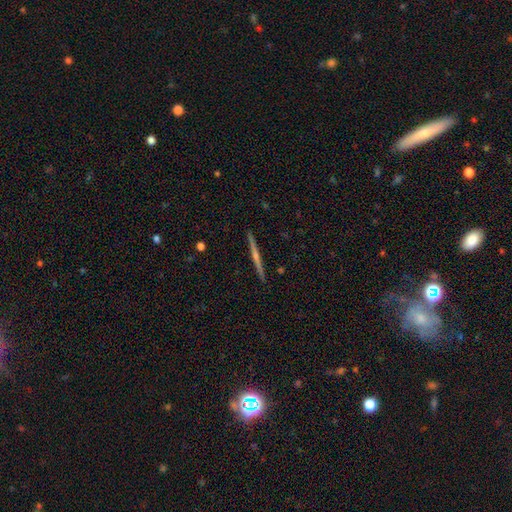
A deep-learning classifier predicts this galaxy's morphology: A featured or disk galaxy (75%) viewed edge-on (99%) with a rounded central bulge (63%).

Vote fractions:
- Smooth or featured? featured or disk: 75% / smooth: 19% / star or artifact: 6%
- Edge-on disk? yes: 99% / no: 1%
- Edge-on bulge? rounded: 63% / none: 30% / boxy: 7%
- Merging? none: 93% / minor disturbance: 5% / major disturbance: 1% / merger: 1%